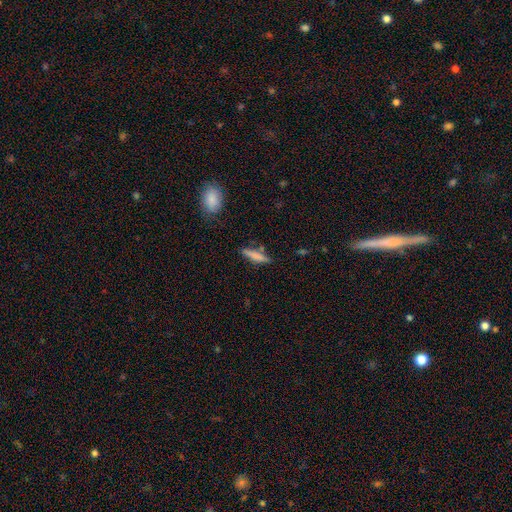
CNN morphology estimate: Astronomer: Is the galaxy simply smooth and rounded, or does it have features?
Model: smooth — 71%.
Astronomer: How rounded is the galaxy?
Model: cigar-shaped — 83%.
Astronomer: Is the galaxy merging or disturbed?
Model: none — 76%.